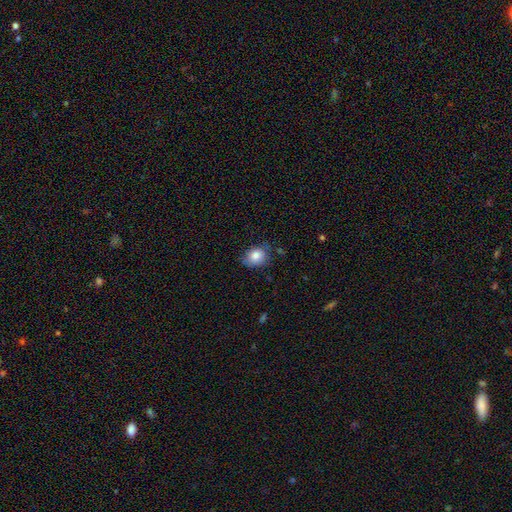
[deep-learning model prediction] Smooth or featured? Predicted: smooth (p=0.83). How rounded? Predicted: round (p=0.50). Merging? Predicted: none (p=0.68).